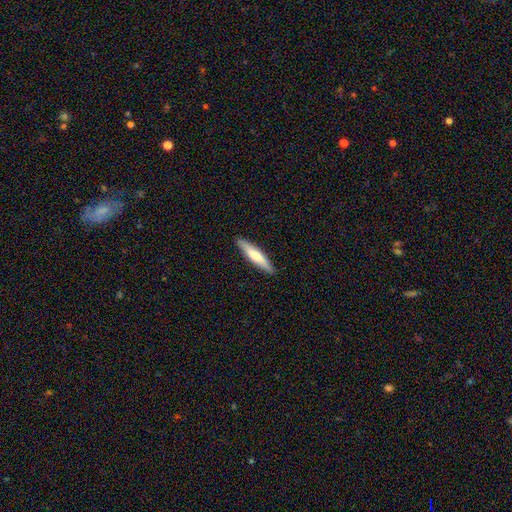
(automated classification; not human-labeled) A smooth galaxy with no disk features (59%) that is cigar-shaped (86%). Merging: none (90%).